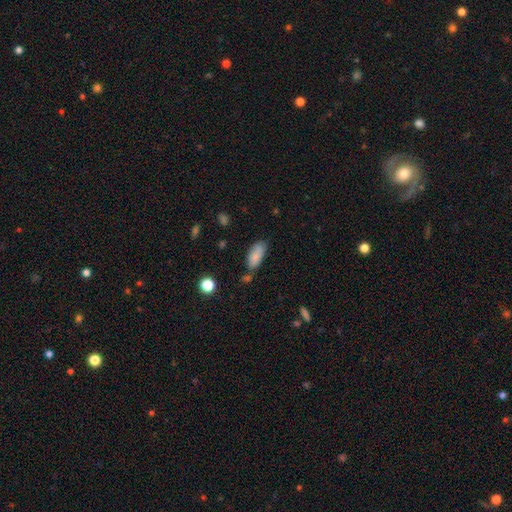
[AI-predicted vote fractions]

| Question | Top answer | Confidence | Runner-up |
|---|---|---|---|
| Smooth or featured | smooth | 83% | featured or disk (10%) |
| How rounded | in between | 85% | cigar-shaped (13%) |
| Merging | none | 63% | minor disturbance (23%) |